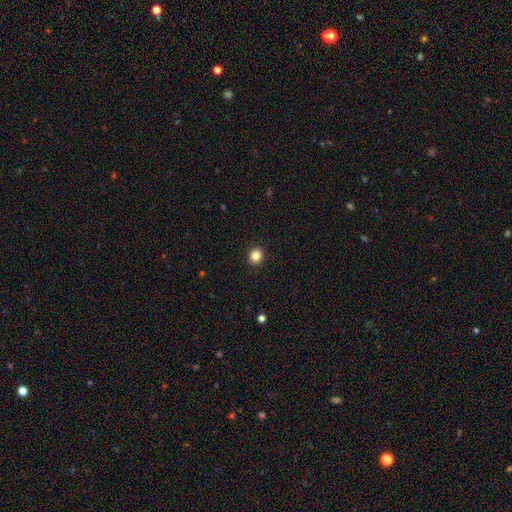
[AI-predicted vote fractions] Smooth or featured: smooth — 84% (star or artifact — 12%)
How rounded: round — 89% (in between — 11%)
Merging: none — 93% (minor disturbance — 5%)